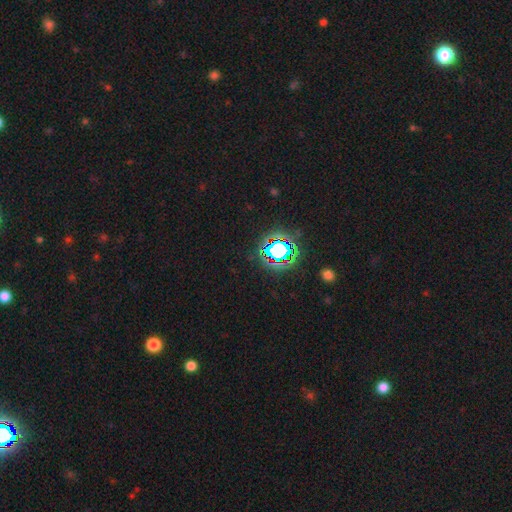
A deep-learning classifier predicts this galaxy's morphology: star or artifact 80%, smooth 13%, featured or disk 7%.